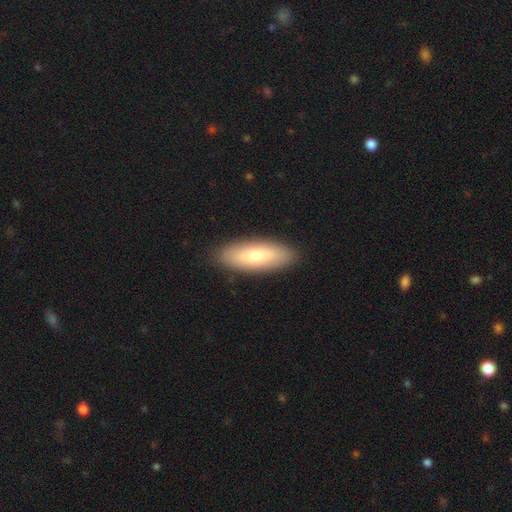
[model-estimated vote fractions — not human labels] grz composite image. It shows a smooth galaxy with no disk features (67%) that is in between round and cigar-shaped (70%). Merging: none (90%).